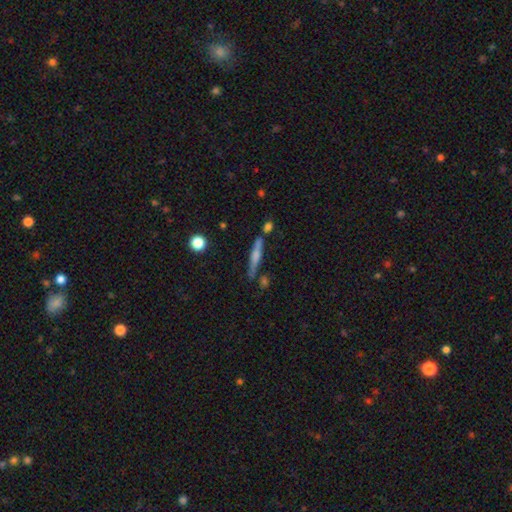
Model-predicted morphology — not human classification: featured or disk 53%, smooth 39%, star or artifact 8%. Down the decision tree: edge-on disk — yes (94%); merging — none (76%).